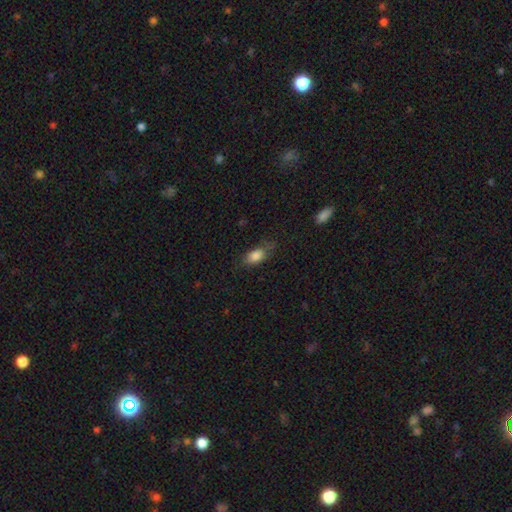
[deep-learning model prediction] smooth 83%, featured or disk 9%, star or artifact 9%. Down the decision tree: how rounded — in between (86%); merging — none (62%).